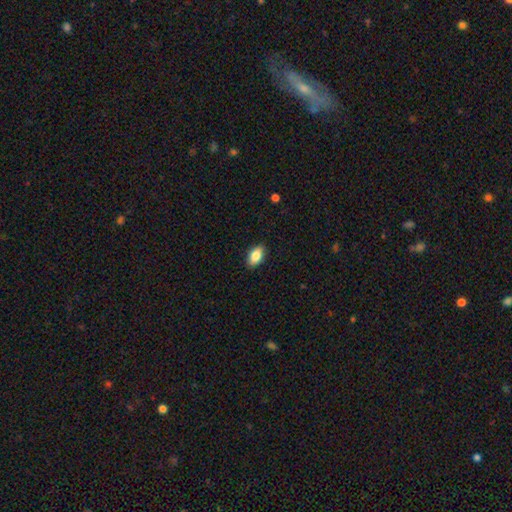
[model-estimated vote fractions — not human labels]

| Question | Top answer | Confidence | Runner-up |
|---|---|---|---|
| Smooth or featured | smooth | 85% | featured or disk (8%) |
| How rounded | in between | 91% | round (6%) |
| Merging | none | 88% | minor disturbance (9%) |